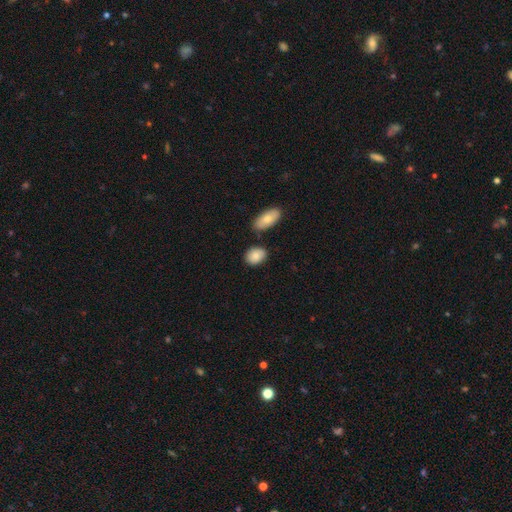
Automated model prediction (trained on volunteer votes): smooth 85%, featured or disk 9%, star or artifact 7%. Down the decision tree: how rounded — in between (69%); merging — none (75%).